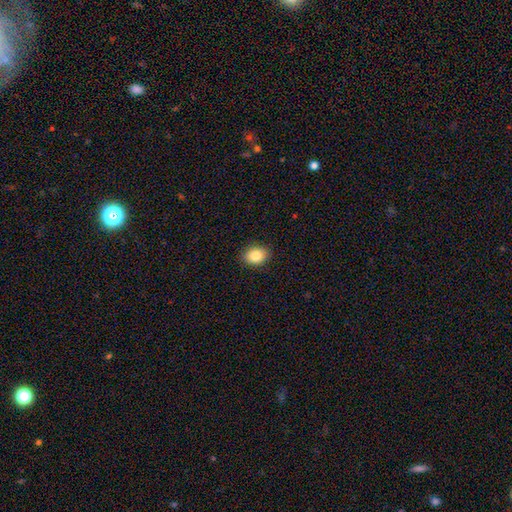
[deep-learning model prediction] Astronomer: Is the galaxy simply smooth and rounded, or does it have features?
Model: smooth — 86%.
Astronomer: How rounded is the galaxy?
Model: in between — 64%.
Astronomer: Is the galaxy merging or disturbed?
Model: none — 89%.